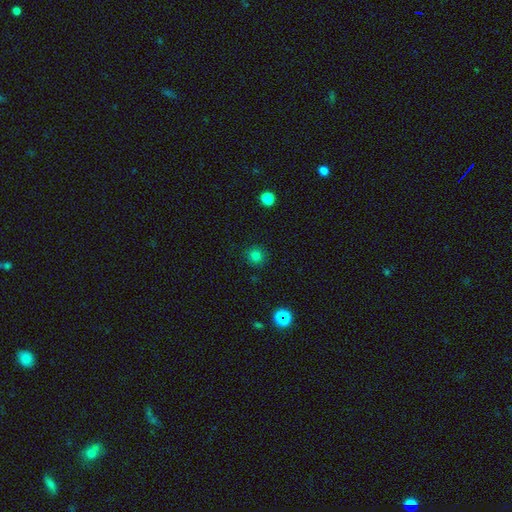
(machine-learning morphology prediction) Q: Smooth or featured?
A: smooth (80%); runner-up: star or artifact (15%)
Q: How rounded?
A: round (93%); runner-up: in between (6%)
Q: Merging?
A: none (90%); runner-up: minor disturbance (6%)